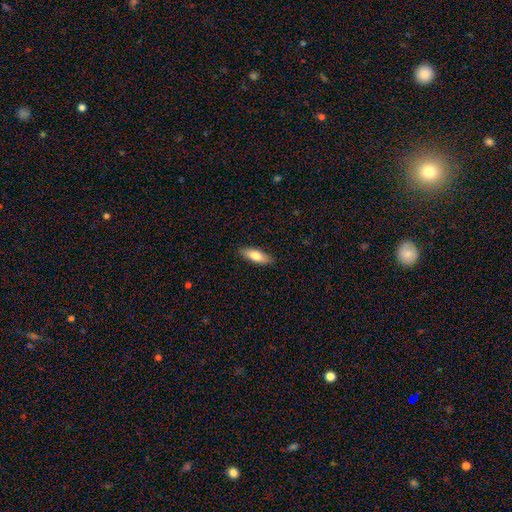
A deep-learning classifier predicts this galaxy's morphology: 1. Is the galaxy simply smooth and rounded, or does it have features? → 75% smooth, 20% featured or disk, 6% star or artifact.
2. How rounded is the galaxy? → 58% in between, 40% cigar-shaped, 2% round.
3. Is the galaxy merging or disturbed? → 88% none, 9% minor disturbance, 2% major disturbance, 1% merger.